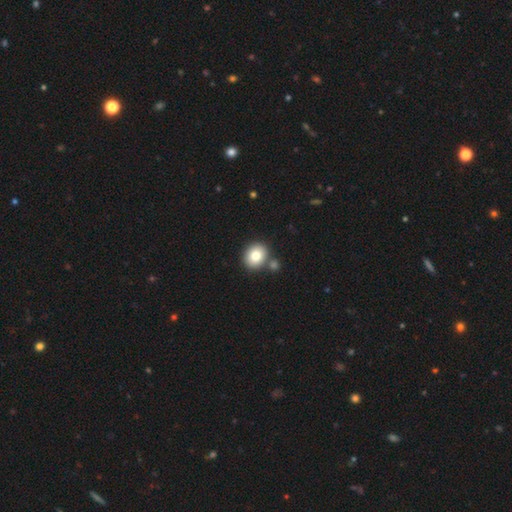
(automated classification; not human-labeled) Smooth or featured? smooth (81%)
How rounded? round (65%)
Merging? none (73%)